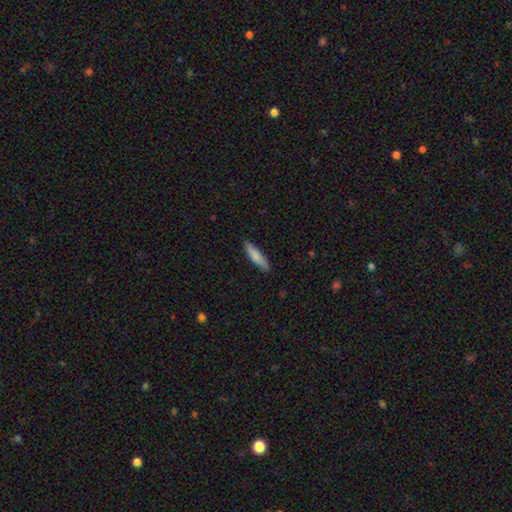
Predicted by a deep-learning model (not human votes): This is likely a smooth galaxy (80%). How rounded: likely cigar-shaped (72%). Merging: clearly none (86%).